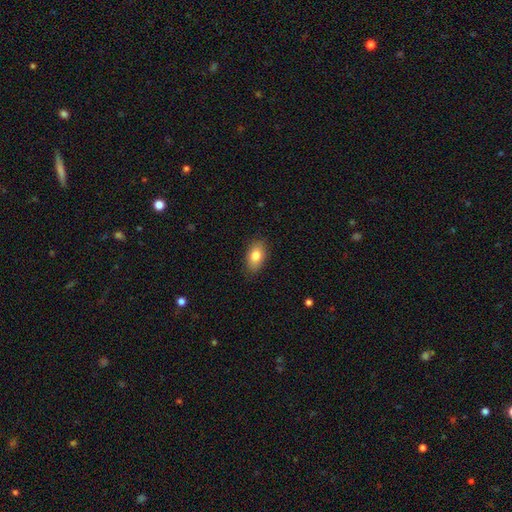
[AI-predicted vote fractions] Morphology: type=smooth (82%); roundness=in between (89%); merging=none (86%).